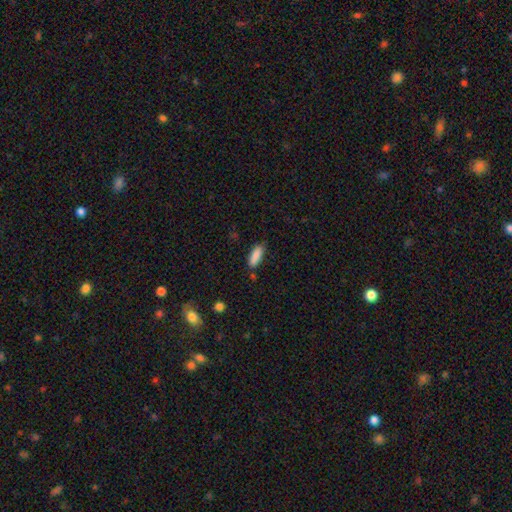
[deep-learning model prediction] smooth_or_featured: smooth (p=0.87) [alt: star or artifact p=0.07]
how_rounded: in between (p=0.63) [alt: cigar-shaped p=0.35]
merging: none (p=0.77) [alt: minor disturbance p=0.16]